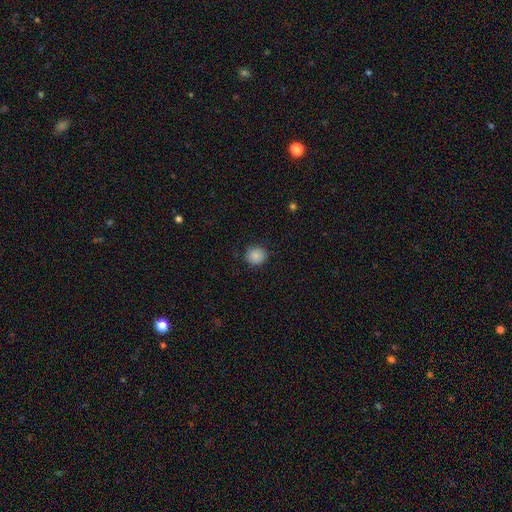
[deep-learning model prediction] This is clearly a smooth galaxy (87%). How rounded: clearly round (83%). Merging: clearly none (87%).